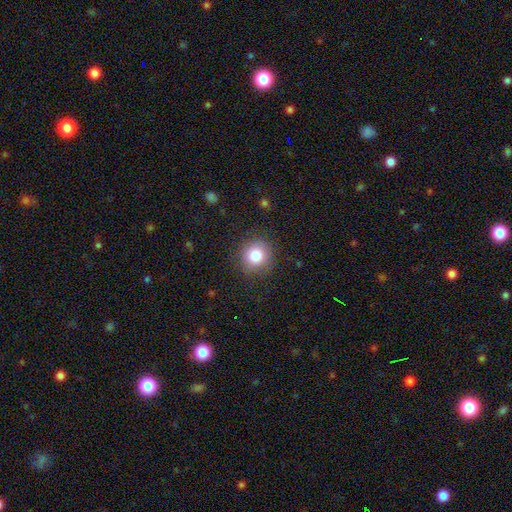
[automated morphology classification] Smooth or featured?
  - smooth: 83% *
  - star or artifact: 10%
  - featured or disk: 6%
How rounded?
  - round: 91% *
  - in between: 8%
  - cigar-shaped: 1%
Merging?
  - none: 86% *
  - minor disturbance: 9%
  - major disturbance: 3%
  - merger: 1%